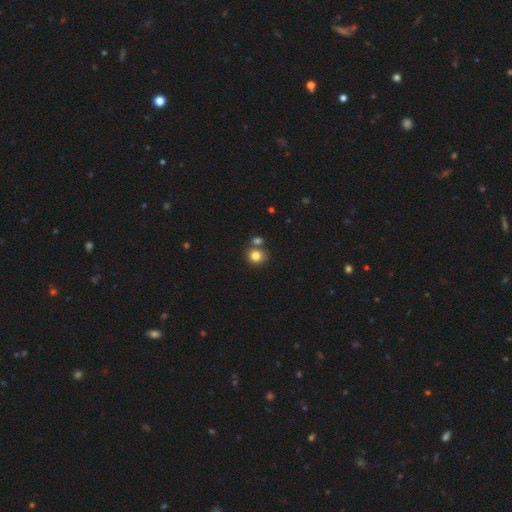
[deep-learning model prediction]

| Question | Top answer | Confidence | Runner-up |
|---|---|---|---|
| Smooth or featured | smooth | 81% | star or artifact (11%) |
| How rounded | round | 83% | in between (17%) |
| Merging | none | 65% | merger (22%) |